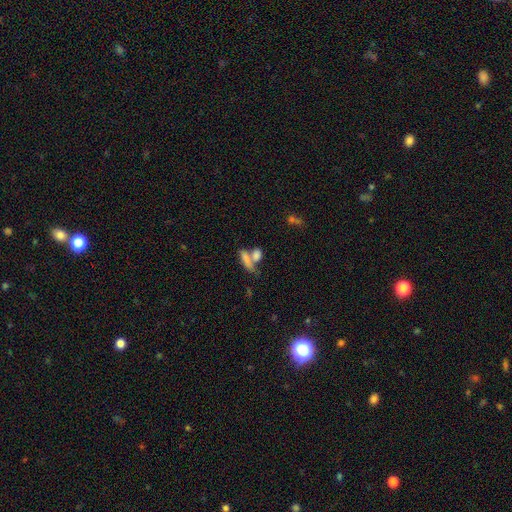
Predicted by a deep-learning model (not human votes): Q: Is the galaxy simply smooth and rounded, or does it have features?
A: smooth — 75%.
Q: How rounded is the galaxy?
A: in between — 65%.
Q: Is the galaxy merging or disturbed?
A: merger — 53%.